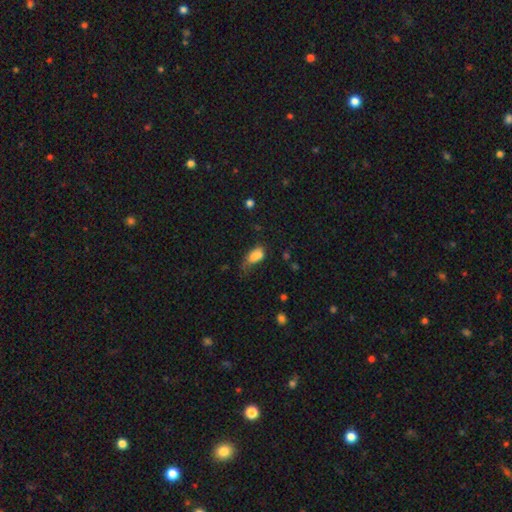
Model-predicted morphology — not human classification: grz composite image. It shows a smooth galaxy with no disk features (78%) that is in between round and cigar-shaped (87%). Merging: minor disturbance (35%).